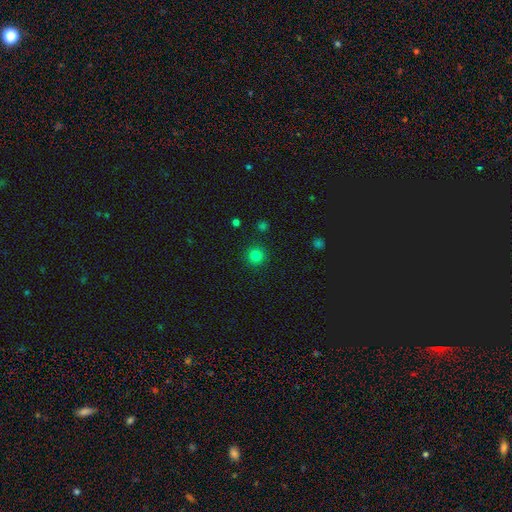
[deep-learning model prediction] Smooth or featured? Predicted: smooth (p=0.81). How rounded? Predicted: round (p=0.95). Merging? Predicted: none (p=0.90).